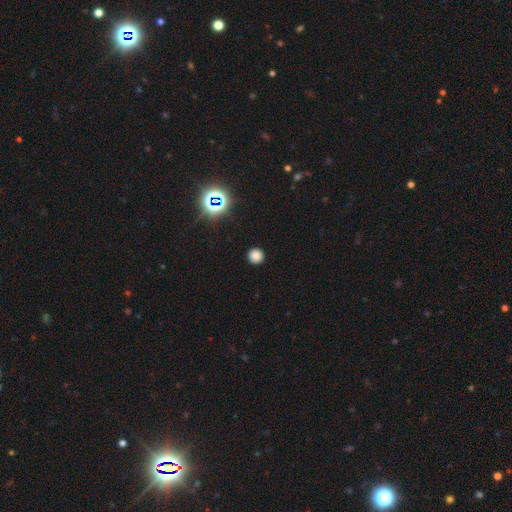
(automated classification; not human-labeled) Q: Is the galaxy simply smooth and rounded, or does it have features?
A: smooth — 78%.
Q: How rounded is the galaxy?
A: round — 94%.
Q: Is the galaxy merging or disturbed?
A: none — 92%.